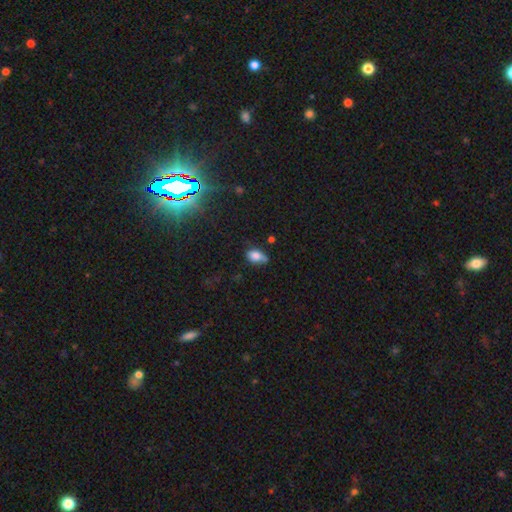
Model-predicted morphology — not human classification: A smooth galaxy with no disk features (76%) that is in between round and cigar-shaped (87%).

Vote fractions:
- Smooth or featured? smooth: 76% / featured or disk: 13% / star or artifact: 11%
- How rounded? in between: 87% / round: 9% / cigar-shaped: 4%
- Merging? none: 51% / minor disturbance: 35% / major disturbance: 9% / merger: 5%